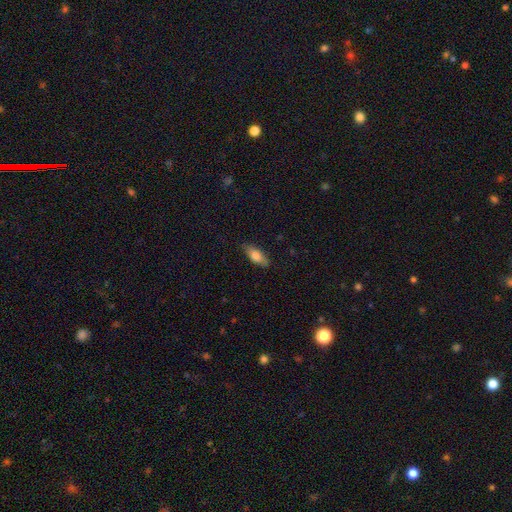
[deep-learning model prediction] Morphology: type=smooth (75%); roundness=in between (76%); merging=none (81%).